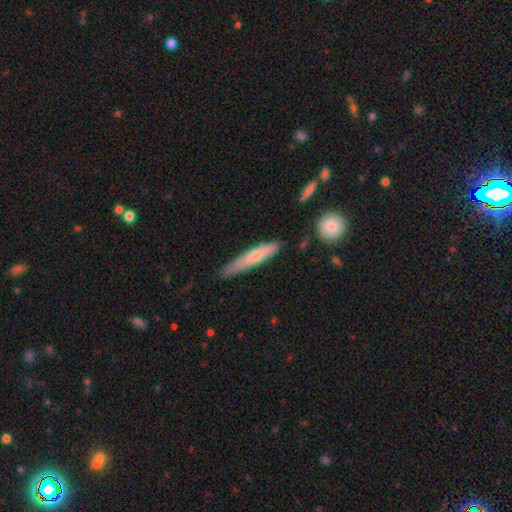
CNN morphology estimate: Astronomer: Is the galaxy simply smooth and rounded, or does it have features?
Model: smooth — 63%.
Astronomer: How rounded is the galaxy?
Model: cigar-shaped — 92%.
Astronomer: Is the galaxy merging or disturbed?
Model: none — 69%.